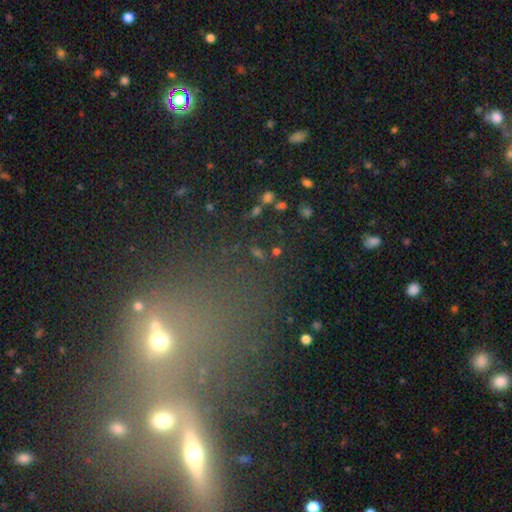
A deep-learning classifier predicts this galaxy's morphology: A star or artifact, not a galaxy (53%).

Vote fractions:
- Smooth or featured? star or artifact: 53% / smooth: 32% / featured or disk: 16%